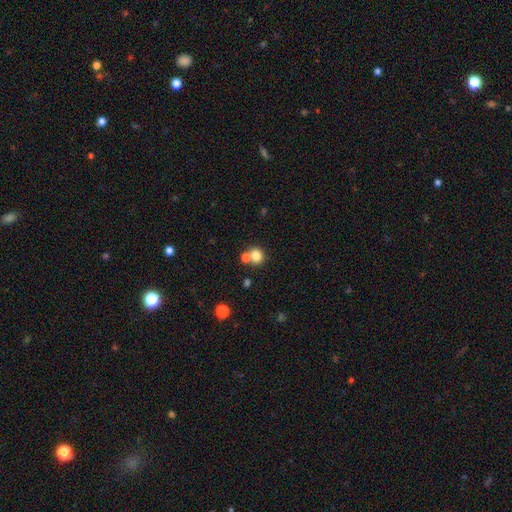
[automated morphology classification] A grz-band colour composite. It shows a smooth galaxy with no disk features (79%) that is round (77%). Merging: none (57%).